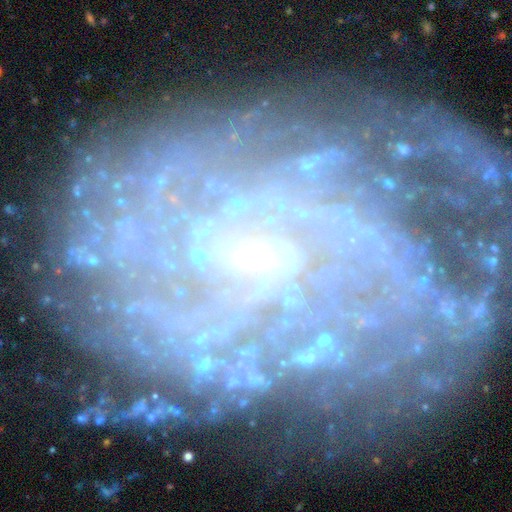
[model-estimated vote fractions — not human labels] A featured or disk galaxy (84%) with no bar (41%), tight (57%) spiral arms (93%) and a small central bulge (76%). Merging: none (64%).